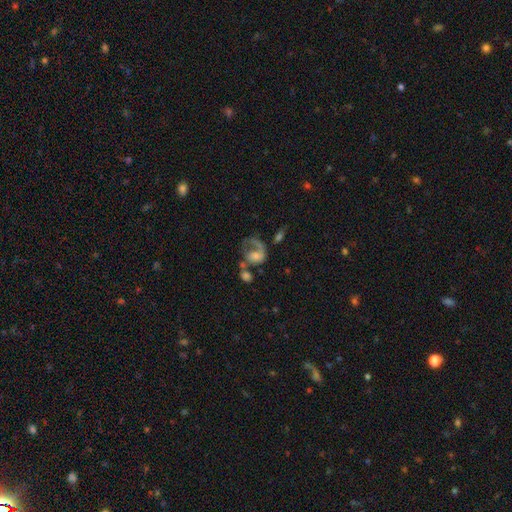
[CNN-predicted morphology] This is possibly a featured or disk galaxy (59%). It is clearly not viewed edge-on (97%). Bar: likely no (73%). Spiral arm pattern: likely yes (70%). Central bulge: marginally moderate (30%). Merging: marginally major disturbance (37%).